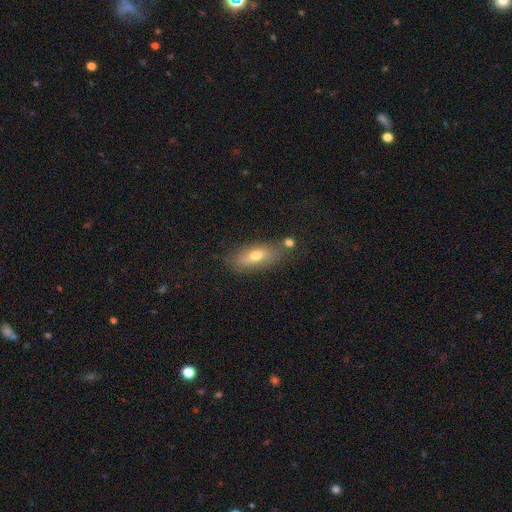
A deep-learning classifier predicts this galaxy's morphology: smooth-or-featured: smooth: 67% | featured or disk: 25% | star or artifact: 8%
  how-rounded: in between: 76% | cigar-shaped: 20% | round: 5%
  merging: none: 70% | minor disturbance: 17% | merger: 8% | major disturbance: 5%